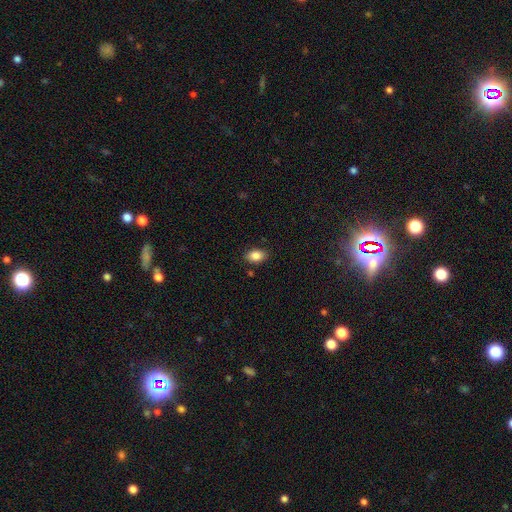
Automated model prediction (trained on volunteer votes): This is clearly a smooth galaxy (86%). How rounded: clearly in between (85%). Merging: clearly none (86%).